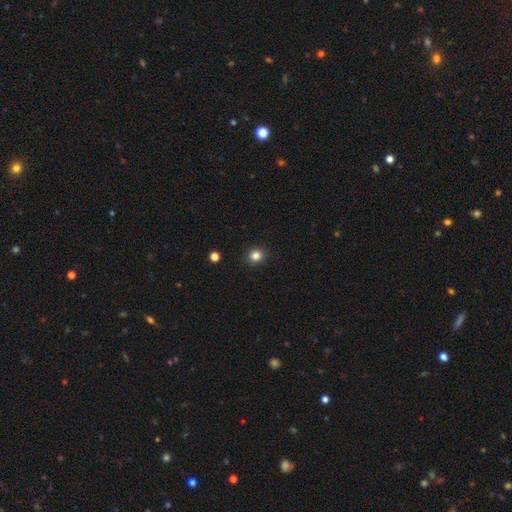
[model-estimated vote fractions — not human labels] Morphology: type=smooth (83%); roundness=round (89%); merging=none (91%).